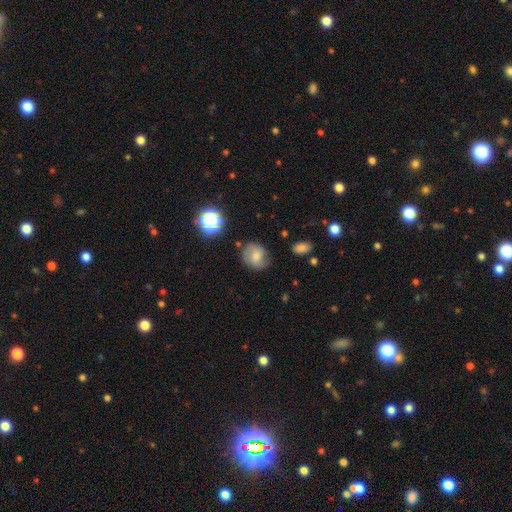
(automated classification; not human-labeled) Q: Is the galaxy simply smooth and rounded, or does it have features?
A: smooth — 66%.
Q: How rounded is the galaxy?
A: round — 73%.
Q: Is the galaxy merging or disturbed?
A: none — 72%.